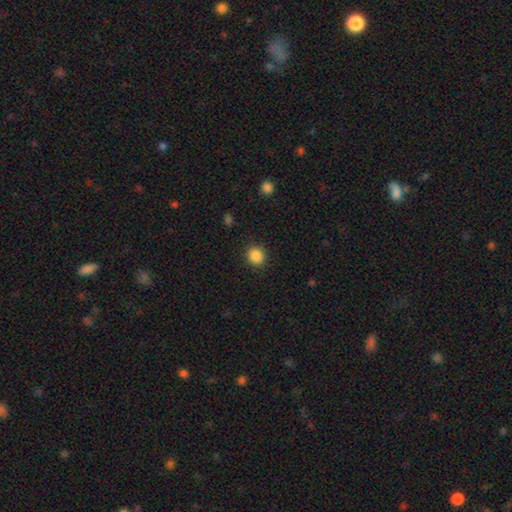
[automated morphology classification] Smooth or featured?
  - smooth: 87% *
  - star or artifact: 10%
  - featured or disk: 3%
How rounded?
  - round: 86% *
  - in between: 13%
  - cigar-shaped: 1%
Merging?
  - none: 90% *
  - minor disturbance: 6%
  - major disturbance: 2%
  - merger: 1%